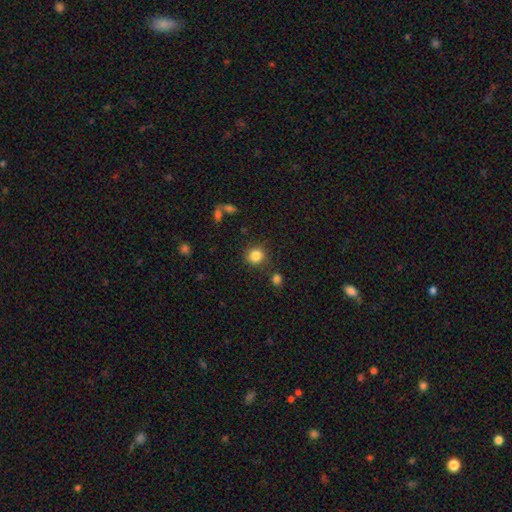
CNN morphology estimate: Overall: smooth (84%). How rounded: round (88%). Merging: none (84%).